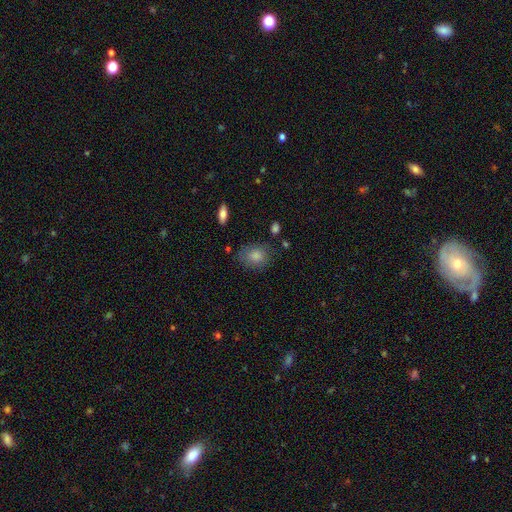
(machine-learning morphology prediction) This is clearly a smooth galaxy (82%). How rounded: possibly in between (52%). Merging: likely none (71%).